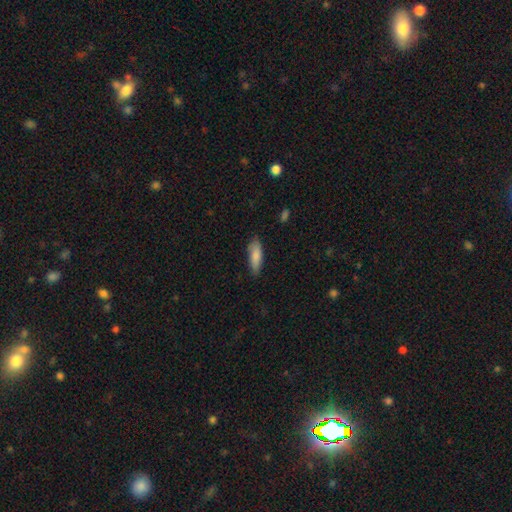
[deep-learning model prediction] smooth 84%, featured or disk 10%, star or artifact 6%. Down the decision tree: how rounded — in between (52%); merging — none (80%).